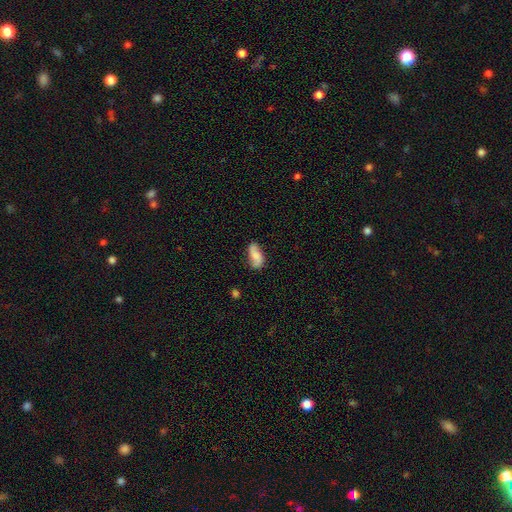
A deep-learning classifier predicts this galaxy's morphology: Smooth or featured: smooth — 52% (featured or disk — 40%)
How rounded: in between — 87% (cigar-shaped — 9%)
Merging: none — 65% (minor disturbance — 24%)